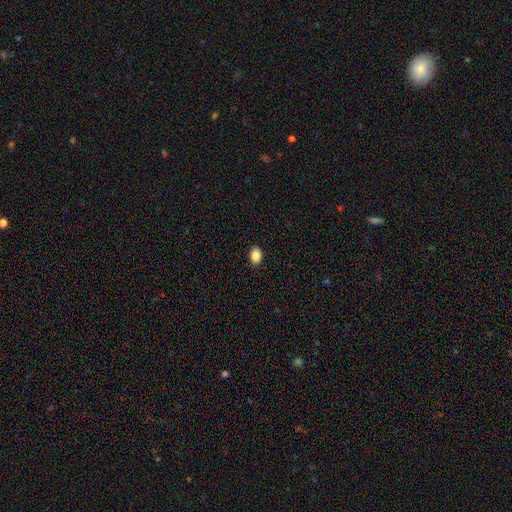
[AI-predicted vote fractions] Q: Smooth or featured?
A: smooth (88%); runner-up: star or artifact (8%)
Q: How rounded?
A: in between (80%); runner-up: round (19%)
Q: Merging?
A: none (89%); runner-up: minor disturbance (8%)